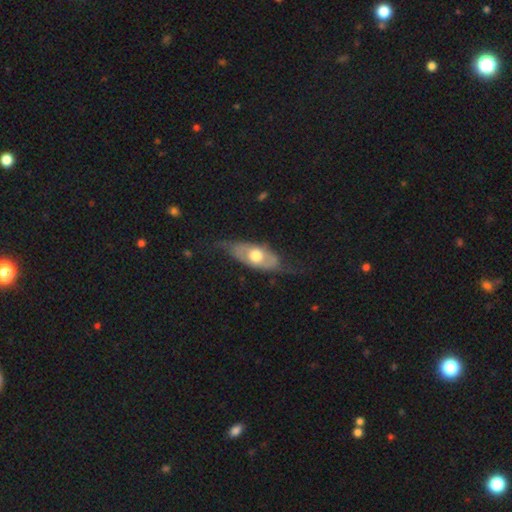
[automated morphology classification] Smooth or featured: featured or disk — 57% (smooth — 38%)
Edge-on disk: no — 68% (yes — 32%)
Merging: none — 60% (minor disturbance — 25%)